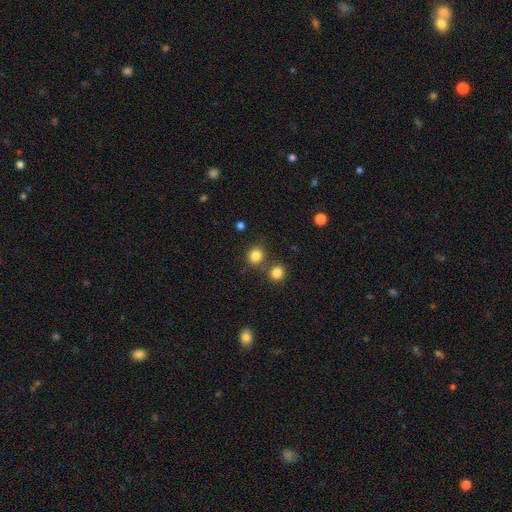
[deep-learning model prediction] This is clearly a smooth galaxy (82%). How rounded: clearly round (84%). Merging: likely none (73%).